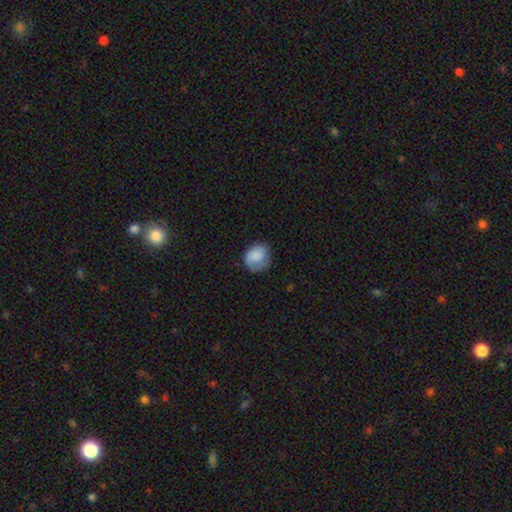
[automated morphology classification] smooth 79%, featured or disk 13%, star or artifact 7%. Down the decision tree: how rounded — round (67%); merging — none (62%).